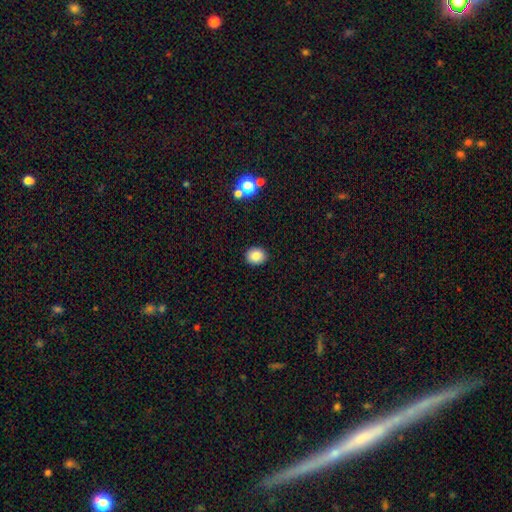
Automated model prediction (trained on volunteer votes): Smooth or featured? Predicted: smooth (p=0.84). How rounded? Predicted: round (p=0.69). Merging? Predicted: none (p=0.91).